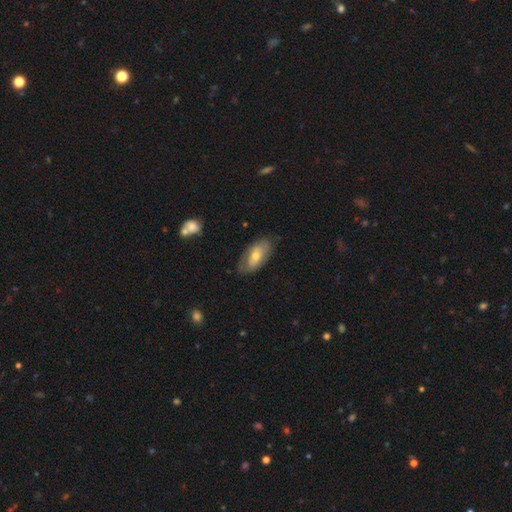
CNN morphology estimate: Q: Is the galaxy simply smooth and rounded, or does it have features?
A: smooth — 53%.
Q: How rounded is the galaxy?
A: in between — 90%.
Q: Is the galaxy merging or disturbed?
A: none — 72%.